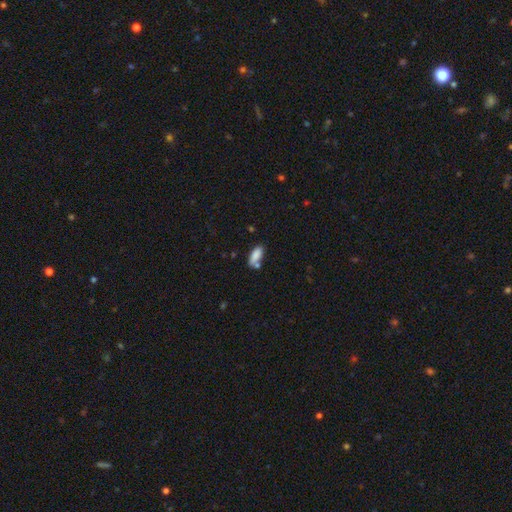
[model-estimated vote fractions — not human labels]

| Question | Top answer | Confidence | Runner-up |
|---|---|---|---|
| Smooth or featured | smooth | 85% | star or artifact (8%) |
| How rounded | in between | 81% | cigar-shaped (16%) |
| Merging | none | 58% | minor disturbance (19%) |